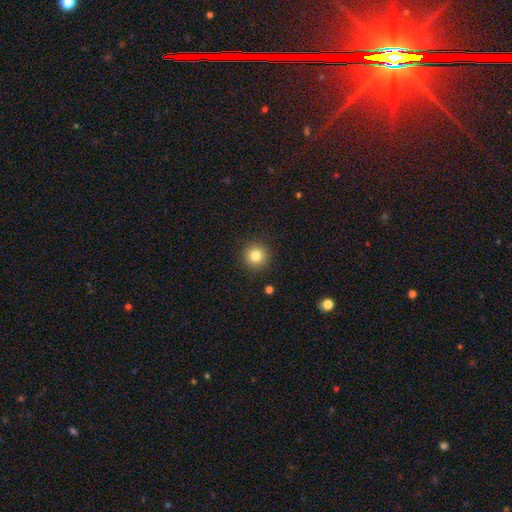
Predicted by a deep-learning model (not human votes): A smooth galaxy with no disk features (82%) that is round (95%).

Vote fractions:
- Smooth or featured? smooth: 82% / star or artifact: 11% / featured or disk: 7%
- How rounded? round: 95% / in between: 4% / cigar-shaped: 1%
- Merging? none: 91% / minor disturbance: 6% / major disturbance: 2% / merger: 1%